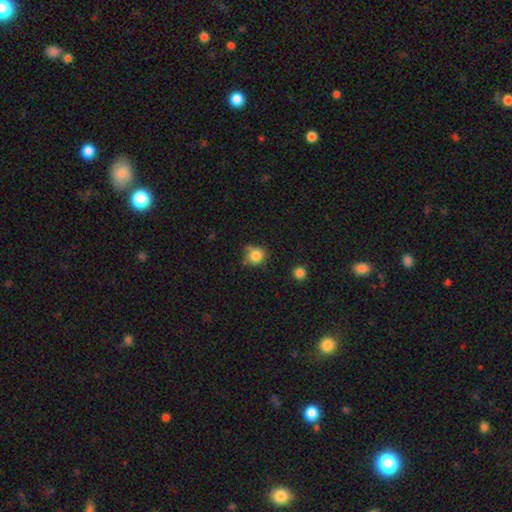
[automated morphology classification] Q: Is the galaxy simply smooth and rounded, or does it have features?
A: smooth — 82%.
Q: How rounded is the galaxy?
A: round — 81%.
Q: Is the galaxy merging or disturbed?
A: none — 62%.